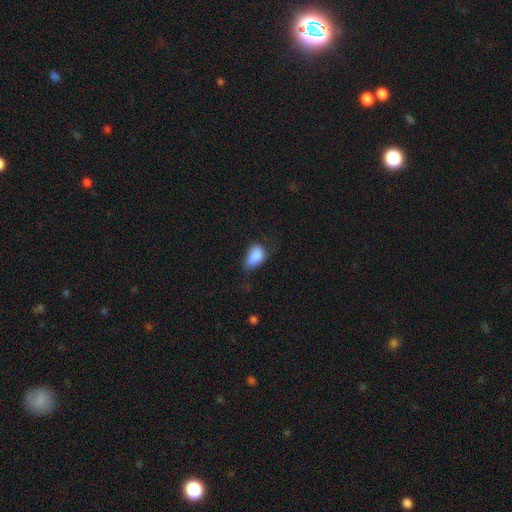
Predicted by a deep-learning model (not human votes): smooth 85%, star or artifact 8%, featured or disk 7%. Down the decision tree: how rounded — in between (89%); merging — minor disturbance (41%).